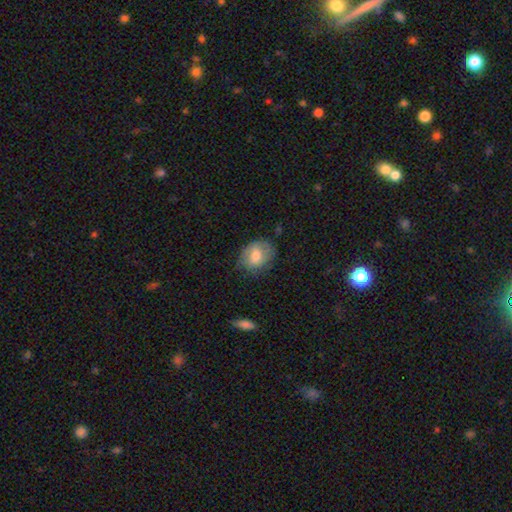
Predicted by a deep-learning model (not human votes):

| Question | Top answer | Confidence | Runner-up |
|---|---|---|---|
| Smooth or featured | smooth | 67% | featured or disk (26%) |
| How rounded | in between | 59% | round (40%) |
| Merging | none | 63% | minor disturbance (28%) |